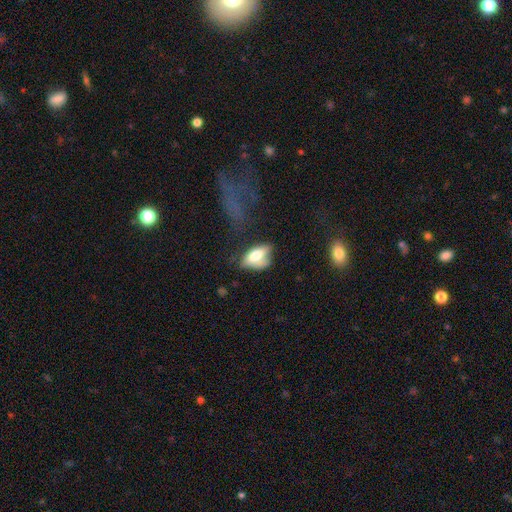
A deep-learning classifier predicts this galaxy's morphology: Overall: smooth (69%). How rounded: in between (87%). Merging: none (33%; minor disturbance 31%).